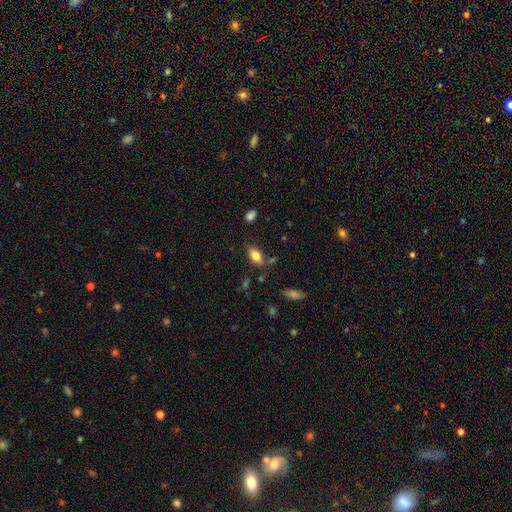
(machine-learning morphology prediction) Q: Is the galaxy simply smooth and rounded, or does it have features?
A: smooth — 80%.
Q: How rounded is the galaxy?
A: in between — 89%.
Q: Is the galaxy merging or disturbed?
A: none — 77%.